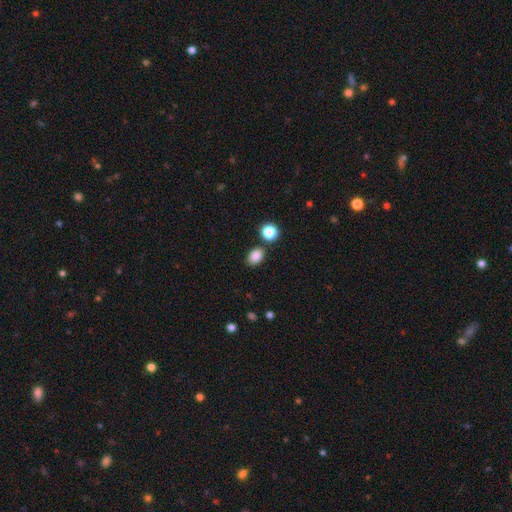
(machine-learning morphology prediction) Q: Smooth or featured?
A: smooth (84%); runner-up: star or artifact (11%)
Q: How rounded?
A: in between (73%); runner-up: round (26%)
Q: Merging?
A: none (77%); runner-up: minor disturbance (12%)